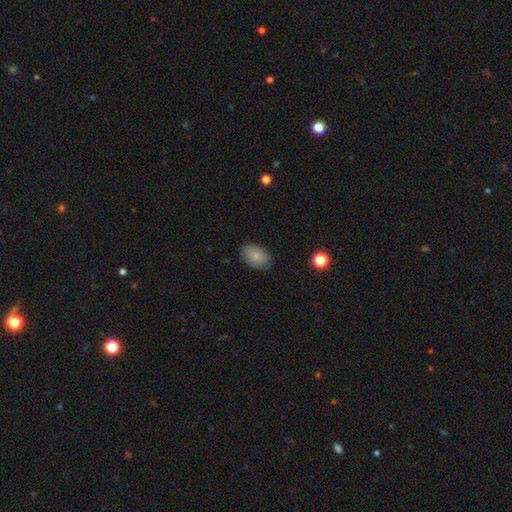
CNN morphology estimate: Smooth or featured? Predicted: smooth (p=0.85). How rounded? Predicted: in between (p=0.89). Merging? Predicted: none (p=0.86).